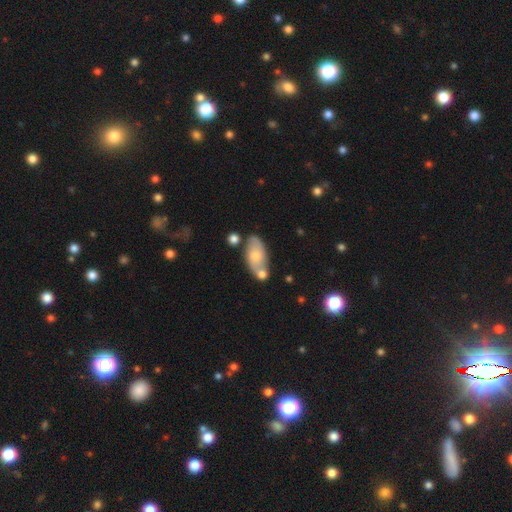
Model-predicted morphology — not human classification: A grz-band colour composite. It shows a smooth galaxy with no disk features (54%) that is in between round and cigar-shaped (89%). Merging: none (53%).